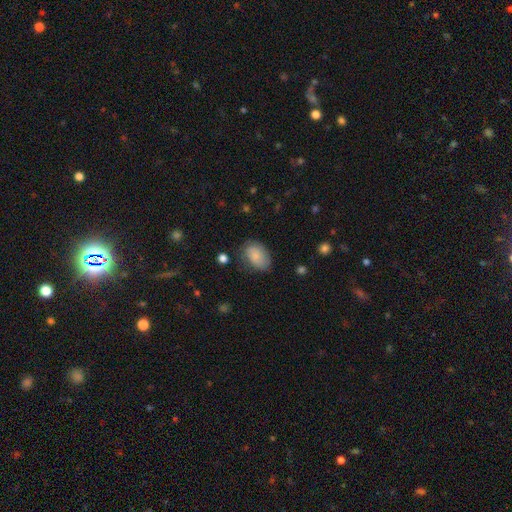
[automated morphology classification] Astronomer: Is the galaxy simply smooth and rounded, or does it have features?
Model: smooth — 79%.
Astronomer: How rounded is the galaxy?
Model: in between — 87%.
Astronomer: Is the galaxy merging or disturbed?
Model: none — 69%.